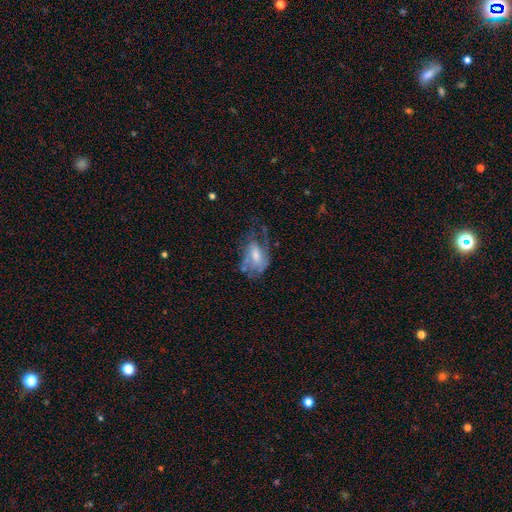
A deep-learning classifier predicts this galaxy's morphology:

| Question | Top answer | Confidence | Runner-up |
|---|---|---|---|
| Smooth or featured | featured or disk | 63% | smooth (30%) |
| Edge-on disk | no | 95% | yes (5%) |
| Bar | weak | 47% | no (38%) |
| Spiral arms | yes | 76% | no (24%) |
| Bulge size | moderate | 50% | small (27%) |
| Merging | major disturbance | 40% | none (33%) |